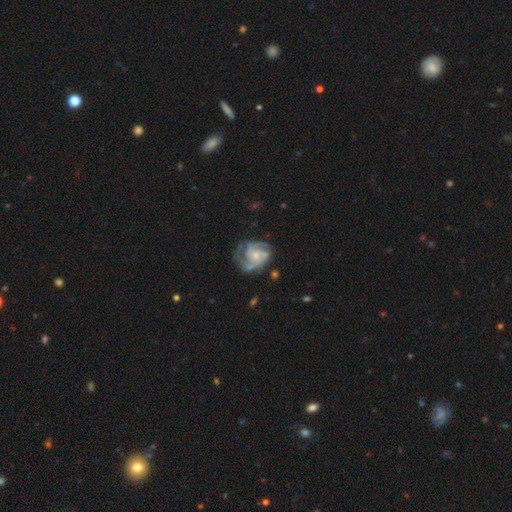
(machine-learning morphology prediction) featured or disk 83%, smooth 11%, star or artifact 6%. Down the decision tree: edge-on disk — no (98%); bar — no (74%); spiral arms — yes (91%); spiral arm count — 3 (32%); spiral winding — tight (50%); bulge size — small (58%); merging — none (56%).